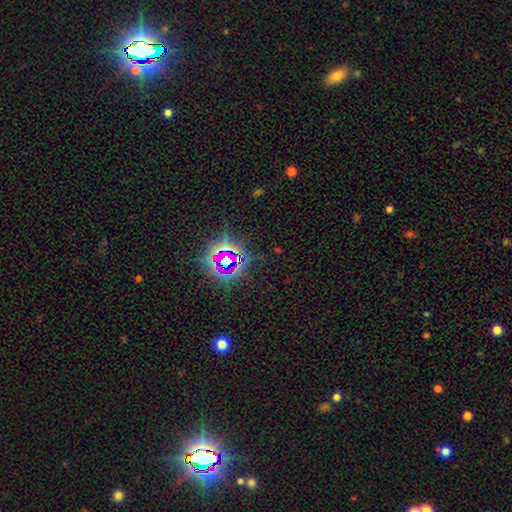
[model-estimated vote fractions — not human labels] smooth-or-featured: star or artifact: 74% | smooth: 15% | featured or disk: 11%